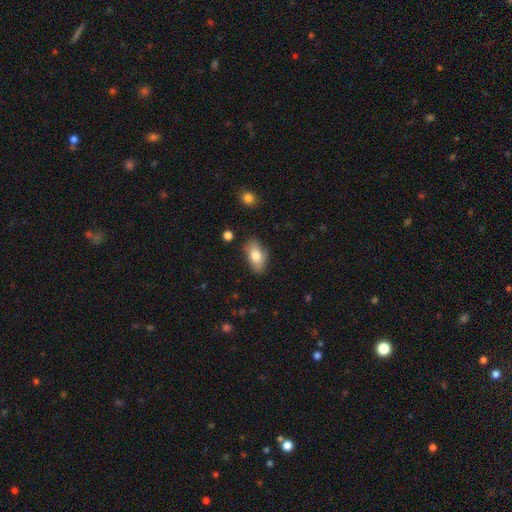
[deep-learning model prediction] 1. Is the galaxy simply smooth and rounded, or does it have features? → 80% smooth, 13% featured or disk, 7% star or artifact.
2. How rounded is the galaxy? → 91% in between, 6% round, 4% cigar-shaped.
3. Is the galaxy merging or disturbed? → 82% none, 13% minor disturbance, 3% major disturbance, 2% merger.